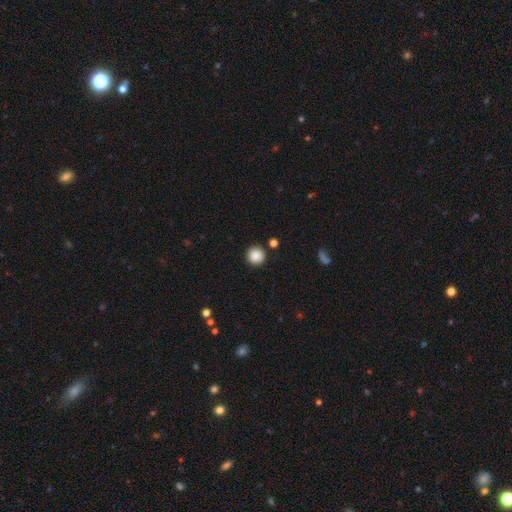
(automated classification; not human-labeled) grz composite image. It shows a smooth galaxy with no disk features (87%) that is round (95%). Merging: none (89%).